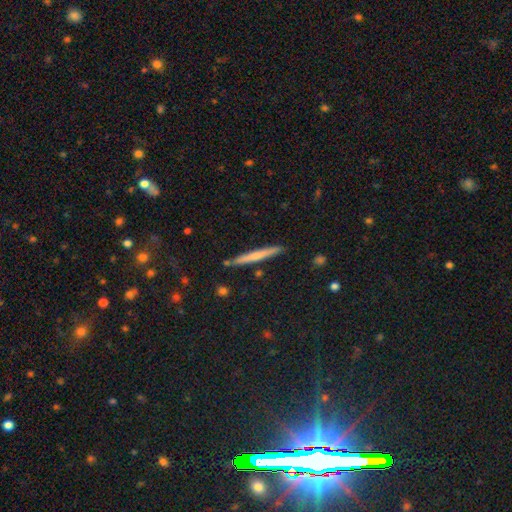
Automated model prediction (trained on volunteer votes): smooth 53%, featured or disk 40%, star or artifact 7%. Down the decision tree: how rounded — cigar-shaped (96%); merging — none (89%).